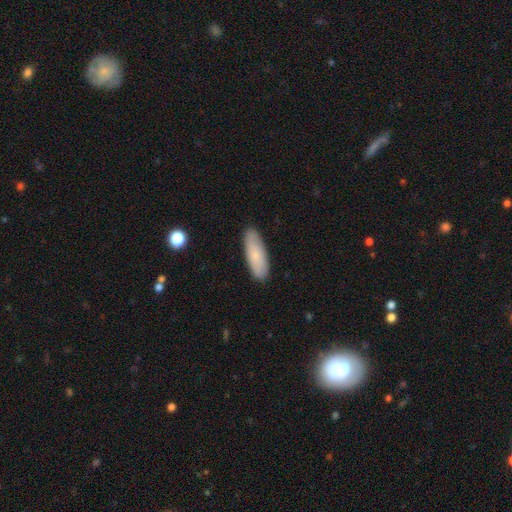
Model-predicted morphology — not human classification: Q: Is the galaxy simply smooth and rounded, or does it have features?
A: smooth — 80%.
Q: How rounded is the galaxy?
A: in between — 57%.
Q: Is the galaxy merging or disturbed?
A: none — 87%.